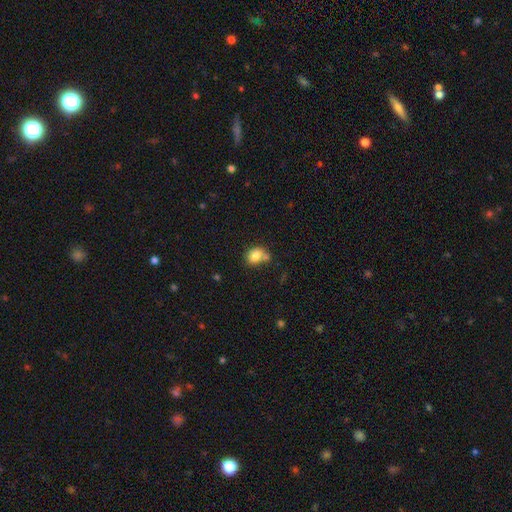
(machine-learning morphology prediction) A smooth galaxy with no disk features (81%) that is in between round and cigar-shaped (64%).

Vote fractions:
- Smooth or featured? smooth: 81% / star or artifact: 9% / featured or disk: 9%
- How rounded? in between: 64% / round: 35% / cigar-shaped: 1%
- Merging? none: 46% / merger: 30% / minor disturbance: 18% / major disturbance: 6%